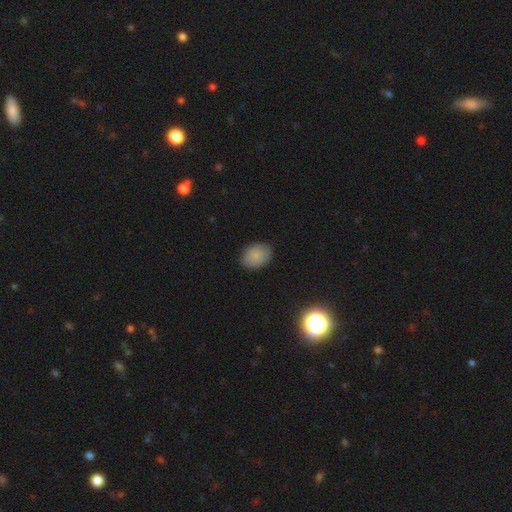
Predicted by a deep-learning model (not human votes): The model was most divided on "how rounded": in between: 76%, round: 23%, cigar-shaped: 1%. More confident: merging — none (84%); smooth or featured — smooth (83%).